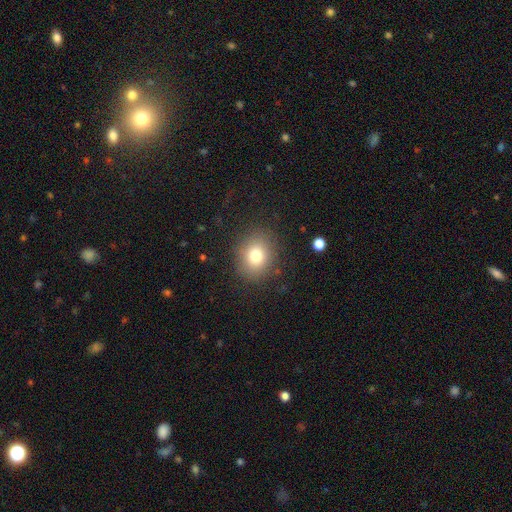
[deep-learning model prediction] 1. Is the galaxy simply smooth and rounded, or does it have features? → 77% smooth, 13% star or artifact, 11% featured or disk.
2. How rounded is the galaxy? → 65% round, 34% in between, 1% cigar-shaped.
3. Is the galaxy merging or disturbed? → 86% none, 9% minor disturbance, 4% major disturbance, 1% merger.